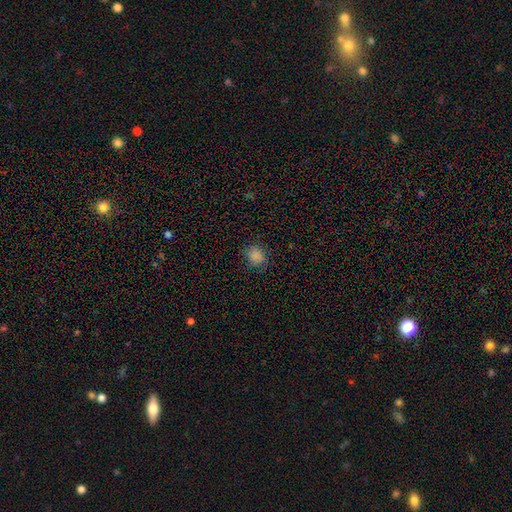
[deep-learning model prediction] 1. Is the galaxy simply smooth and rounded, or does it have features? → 83% smooth, 14% star or artifact, 4% featured or disk.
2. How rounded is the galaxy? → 76% round, 24% in between, 1% cigar-shaped.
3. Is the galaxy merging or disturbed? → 82% none, 13% minor disturbance, 4% major disturbance, 1% merger.